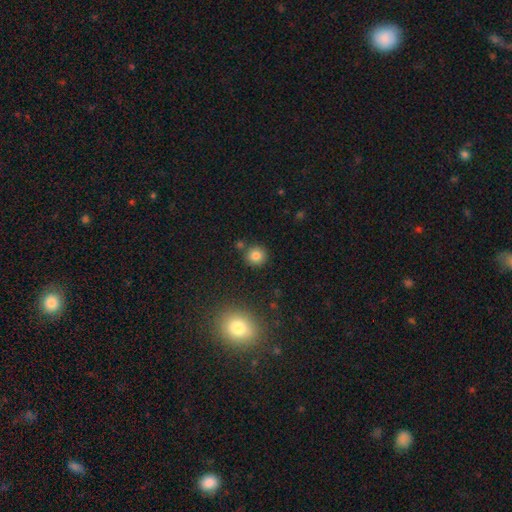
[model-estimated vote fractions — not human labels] Smooth or featured? Predicted: smooth (p=0.82). How rounded? Predicted: round (p=0.91). Merging? Predicted: none (p=0.83).